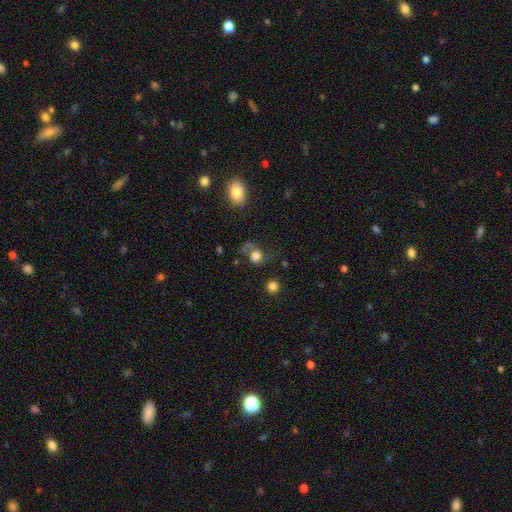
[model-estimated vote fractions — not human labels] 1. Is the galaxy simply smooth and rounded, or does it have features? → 57% smooth, 30% featured or disk, 12% star or artifact.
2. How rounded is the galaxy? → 73% round, 25% in between, 1% cigar-shaped.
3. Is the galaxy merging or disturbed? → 41% none, 32% major disturbance, 20% minor disturbance, 7% merger.